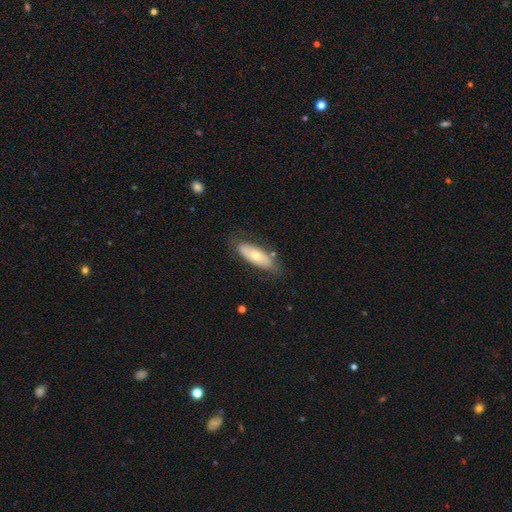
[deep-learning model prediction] Morphology: type=smooth (61%); roundness=in between (72%); merging=none (74%).